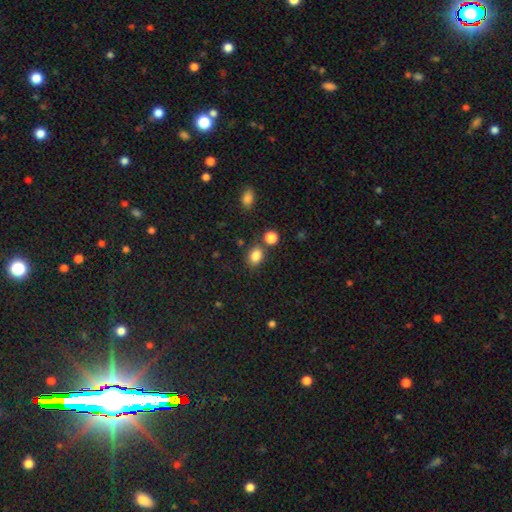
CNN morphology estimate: Smooth or featured? smooth (84%)
How rounded? in between (67%)
Merging? none (74%)